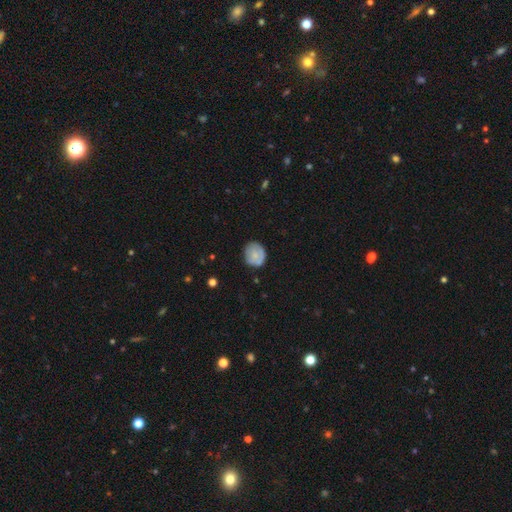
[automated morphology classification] Q: Smooth or featured?
A: smooth (66%); runner-up: featured or disk (26%)
Q: How rounded?
A: round (76%); runner-up: in between (23%)
Q: Merging?
A: none (73%); runner-up: minor disturbance (20%)